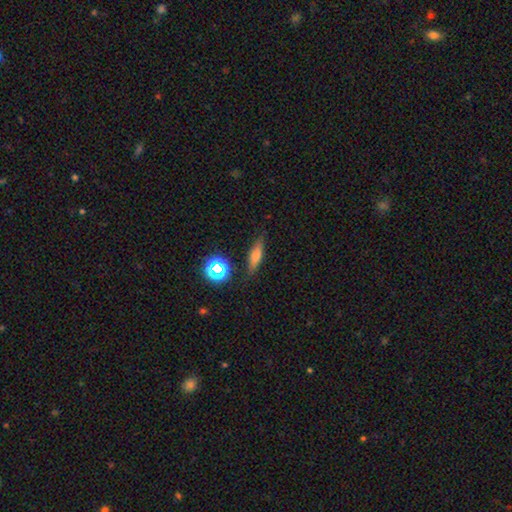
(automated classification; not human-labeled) The model was most divided on "how rounded": cigar-shaped: 58%, in between: 36%, round: 6%. More confident: merging — none (82%); smooth or featured — smooth (59%).